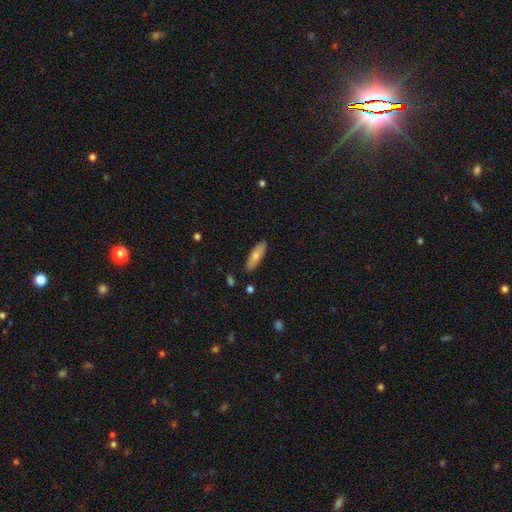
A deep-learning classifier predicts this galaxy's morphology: smooth_or_featured: smooth (p=0.72) [alt: featured or disk p=0.22]
how_rounded: cigar-shaped (p=0.51) [alt: in between p=0.47]
merging: none (p=0.87) [alt: minor disturbance p=0.09]